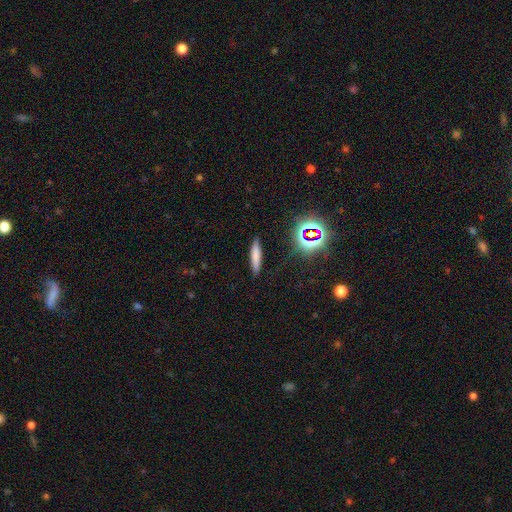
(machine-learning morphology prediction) Smooth or featured: smooth — 72% (star or artifact — 15%)
How rounded: cigar-shaped — 86% (in between — 12%)
Merging: none — 87% (minor disturbance — 9%)